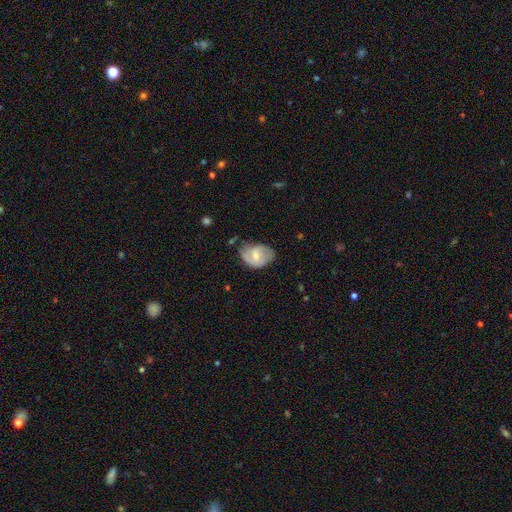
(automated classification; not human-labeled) The model was most divided on "smooth or featured": smooth: 51%, featured or disk: 42%, star or artifact: 7%. Remaining: how rounded — in between (79%); merging — none (50%).